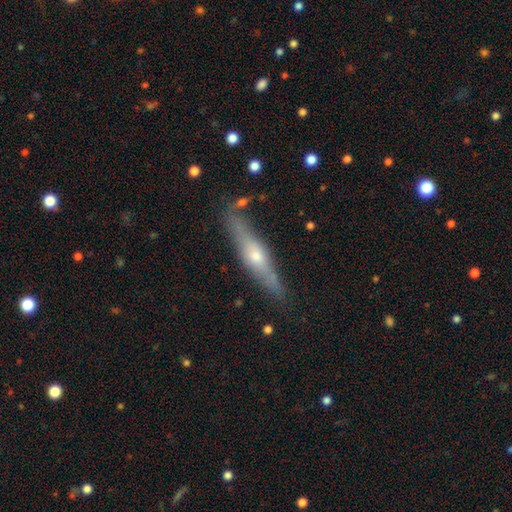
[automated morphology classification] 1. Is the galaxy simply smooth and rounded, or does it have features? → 65% featured or disk, 28% smooth, 7% star or artifact.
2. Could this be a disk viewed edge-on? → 90% yes, 10% no.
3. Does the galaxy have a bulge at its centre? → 84% rounded, 10% none, 6% boxy.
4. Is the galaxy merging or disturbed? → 82% none, 13% minor disturbance, 3% major disturbance, 2% merger.